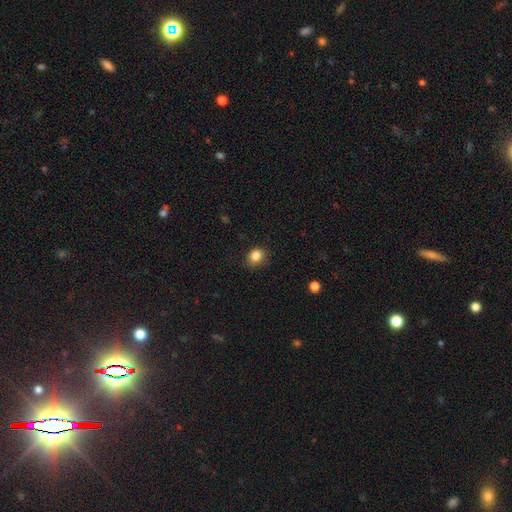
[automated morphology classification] This appears to be a smooth galaxy with no disk features (85%) that is round (69%). Merging: none (79%).